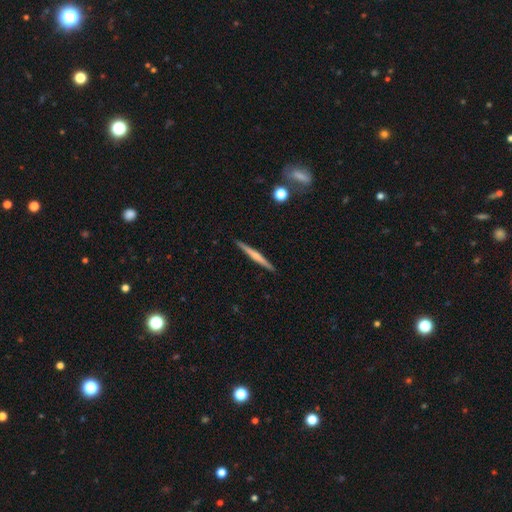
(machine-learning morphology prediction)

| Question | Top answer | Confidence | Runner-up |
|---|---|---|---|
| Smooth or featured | featured or disk | 56% | smooth (38%) |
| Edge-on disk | yes | 98% | no (2%) |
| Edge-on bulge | rounded | 56% | none (37%) |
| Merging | none | 92% | minor disturbance (6%) |